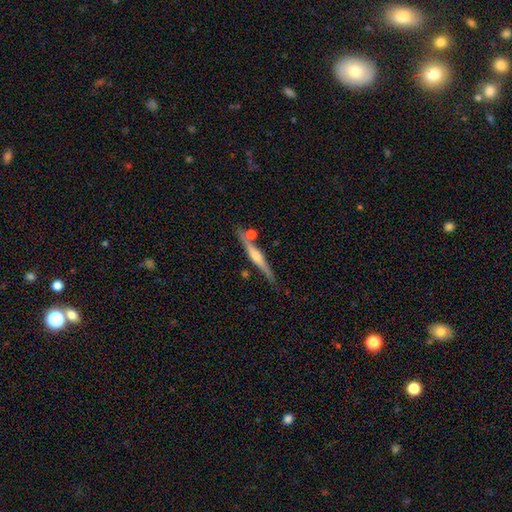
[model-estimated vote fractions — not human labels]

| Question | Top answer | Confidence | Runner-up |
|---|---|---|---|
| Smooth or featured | featured or disk | 78% | smooth (16%) |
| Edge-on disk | yes | 97% | no (3%) |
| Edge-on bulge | rounded | 85% | boxy (8%) |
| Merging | none | 80% | minor disturbance (11%) |